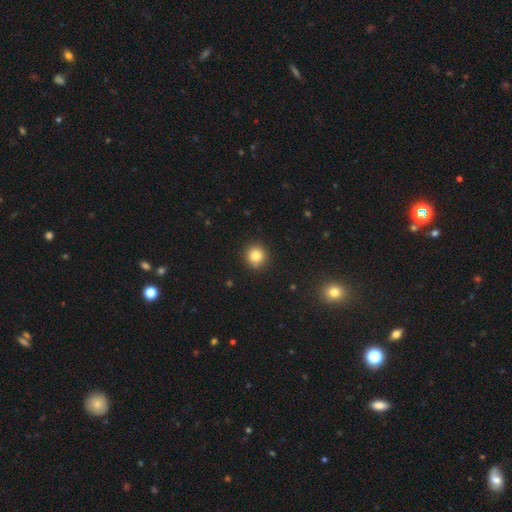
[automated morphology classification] Q: Smooth or featured?
A: smooth (81%); runner-up: star or artifact (12%)
Q: How rounded?
A: round (93%); runner-up: in between (6%)
Q: Merging?
A: none (88%); runner-up: minor disturbance (7%)